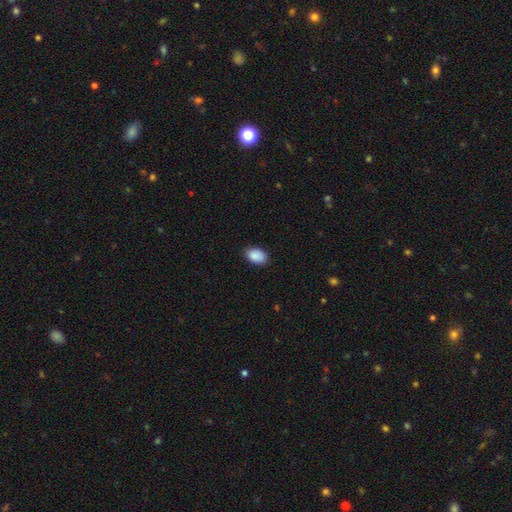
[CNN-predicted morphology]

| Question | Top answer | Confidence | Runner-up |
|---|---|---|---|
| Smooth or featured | smooth | 90% | star or artifact (7%) |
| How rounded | in between | 91% | round (8%) |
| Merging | none | 85% | minor disturbance (12%) |